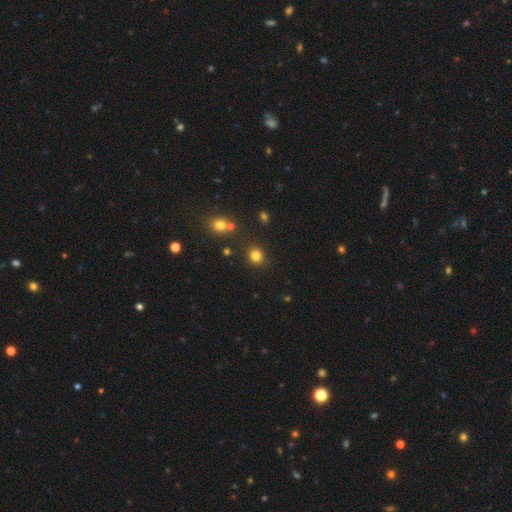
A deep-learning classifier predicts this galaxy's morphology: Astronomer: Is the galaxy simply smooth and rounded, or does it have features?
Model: smooth — 81%.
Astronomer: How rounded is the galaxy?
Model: round — 82%.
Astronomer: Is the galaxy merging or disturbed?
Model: none — 86%.